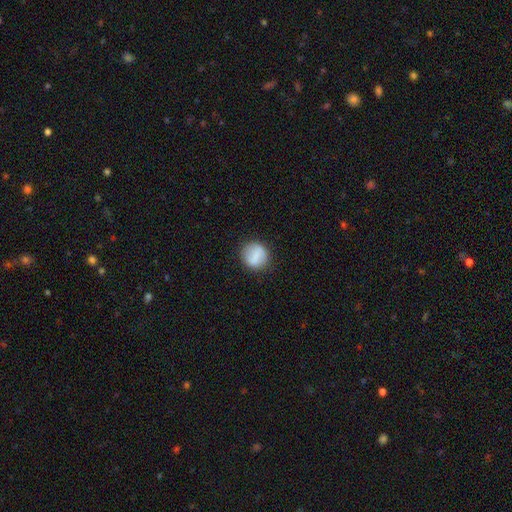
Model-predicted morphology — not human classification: smooth 70%, featured or disk 22%, star or artifact 8%. Down the decision tree: how rounded — round (86%); merging — none (86%).